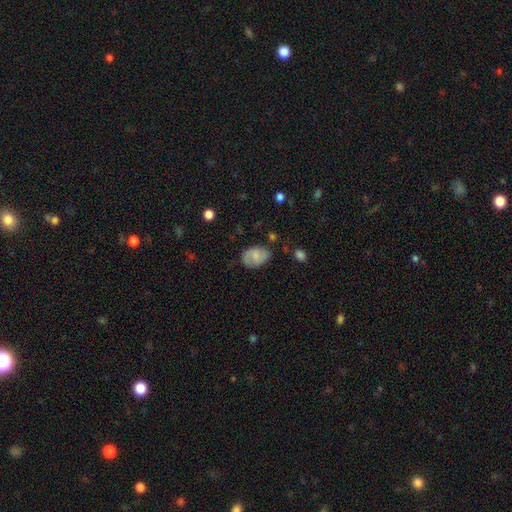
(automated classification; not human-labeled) A smooth galaxy with no disk features (63%) that is in between round and cigar-shaped (82%).

Vote fractions:
- Smooth or featured? smooth: 63% / featured or disk: 30% / star or artifact: 8%
- How rounded? in between: 82% / round: 17% / cigar-shaped: 1%
- Merging? none: 71% / minor disturbance: 21% / major disturbance: 6% / merger: 2%